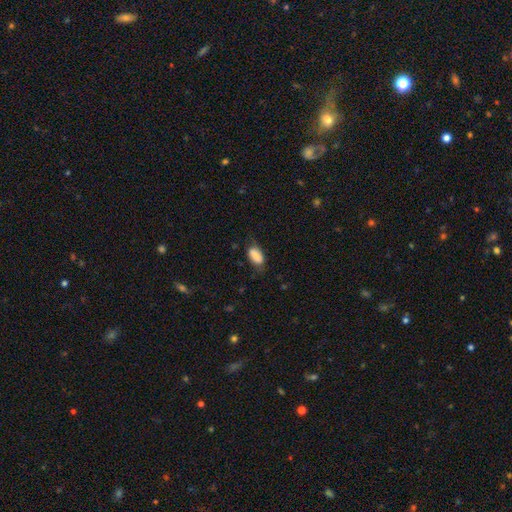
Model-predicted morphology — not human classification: The model was most divided on "merging": none: 63%, minor disturbance: 26%, major disturbance: 9%, merger: 2%. More confident: how rounded — in between (91%); smooth or featured — smooth (84%).